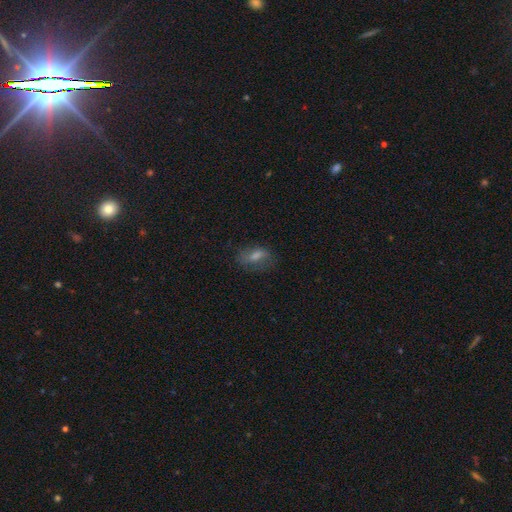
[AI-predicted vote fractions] Smooth or featured? smooth (63%)
How rounded? in between (81%)
Merging? none (60%)